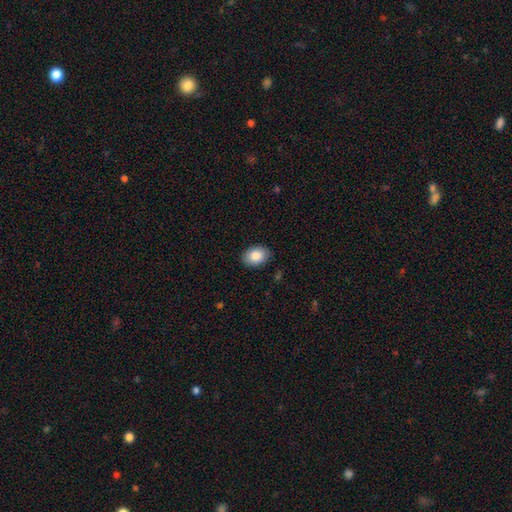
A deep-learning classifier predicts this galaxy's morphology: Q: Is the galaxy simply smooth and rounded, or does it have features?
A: smooth — 86%.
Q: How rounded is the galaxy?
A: in between — 76%.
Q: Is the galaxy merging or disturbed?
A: none — 88%.